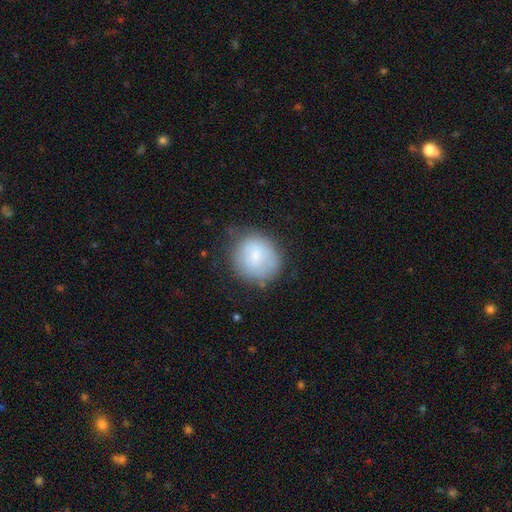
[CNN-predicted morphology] type=smooth (73%); roundness=round (83%); merging=none (64%).